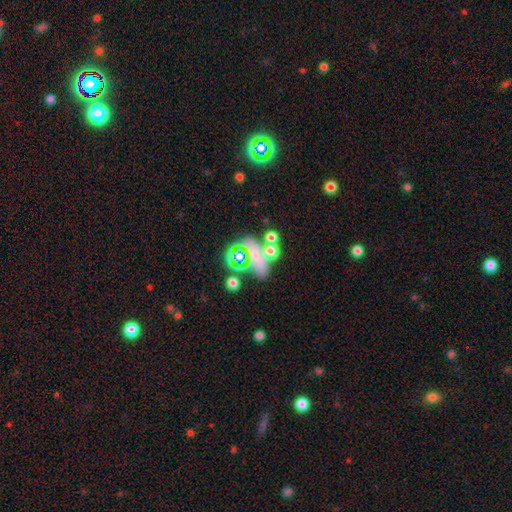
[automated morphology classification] A smooth galaxy with no disk features (46%).

Vote fractions:
- Smooth or featured? smooth: 46% / star or artifact: 35% / featured or disk: 19%
- Merging? none: 42% / merger: 32% / minor disturbance: 13% / major disturbance: 13%